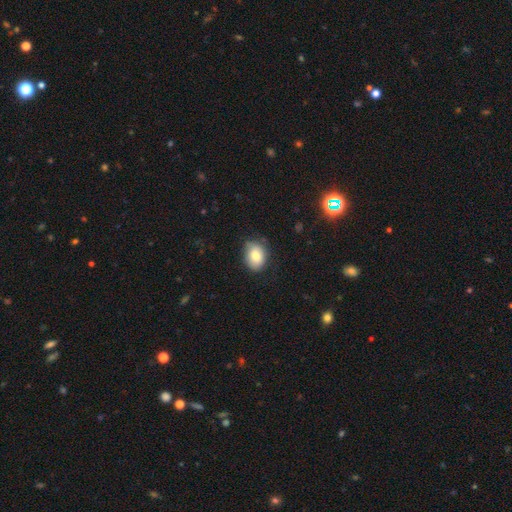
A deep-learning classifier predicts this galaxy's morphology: The model was most divided on "how rounded": in between: 69%, round: 30%, cigar-shaped: 1%. More confident: smooth or featured — smooth (80%); merging — none (71%).